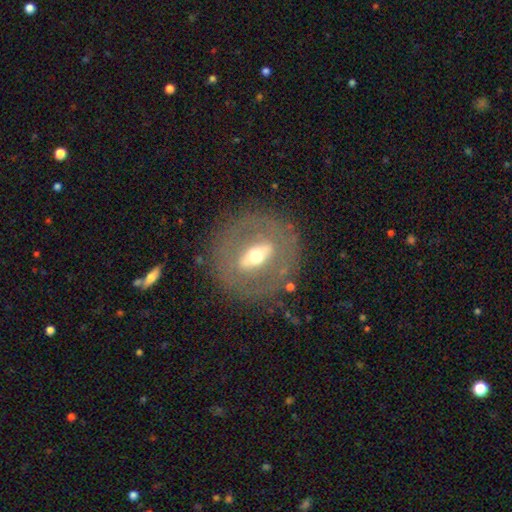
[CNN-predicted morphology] Q: Smooth or featured?
A: featured or disk (66%); runner-up: smooth (26%)
Q: Edge-on disk?
A: no (79%); runner-up: yes (21%)
Q: Bar?
A: strong (55%); runner-up: weak (25%)
Q: Spiral arms?
A: no (88%); runner-up: yes (12%)
Q: Bulge size?
A: moderate (62%); runner-up: small (28%)
Q: Merging?
A: none (81%); runner-up: minor disturbance (10%)